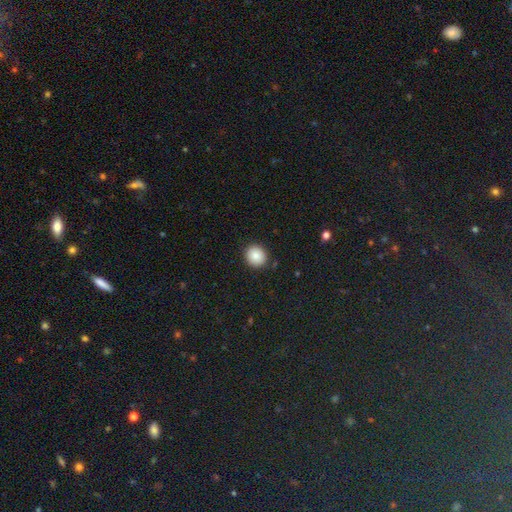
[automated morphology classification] Overall: smooth (85%). How rounded: round (87%). Merging: none (90%).